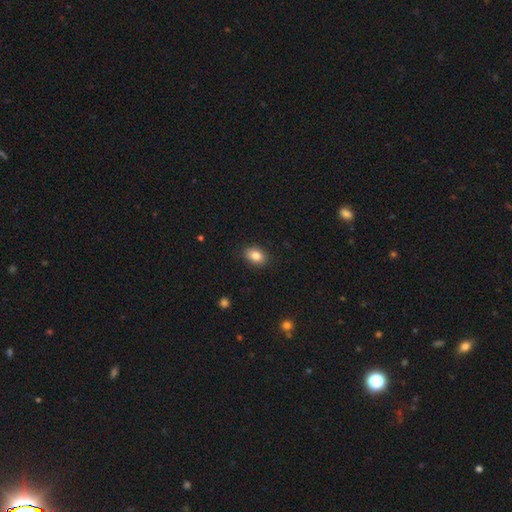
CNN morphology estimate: smooth-or-featured: smooth: 83% | star or artifact: 9% | featured or disk: 8%
  how-rounded: in between: 78% | round: 21% | cigar-shaped: 1%
  merging: none: 88% | minor disturbance: 8% | major disturbance: 2% | merger: 1%